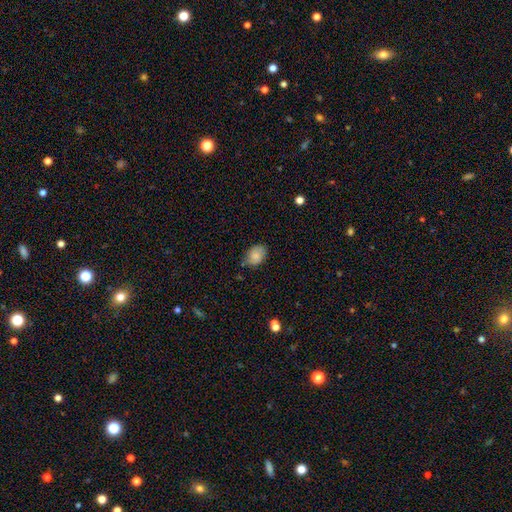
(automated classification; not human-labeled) Smooth or featured? smooth (82%)
How rounded? in between (77%)
Merging? none (73%)